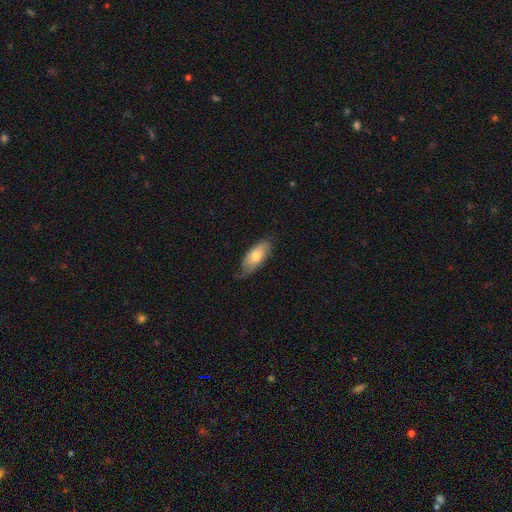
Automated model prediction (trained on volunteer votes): The model was most divided on "smooth or featured": smooth: 64%, featured or disk: 30%, star or artifact: 6%. More confident: how rounded — in between (86%); merging — none (64%).